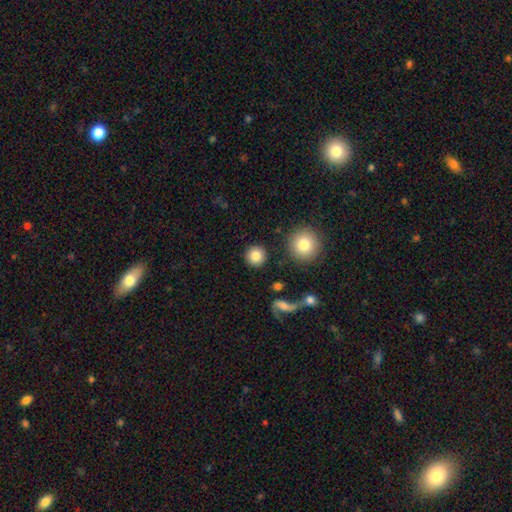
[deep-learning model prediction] Smooth or featured? Predicted: smooth (p=0.83). How rounded? Predicted: round (p=0.94). Merging? Predicted: none (p=0.89).